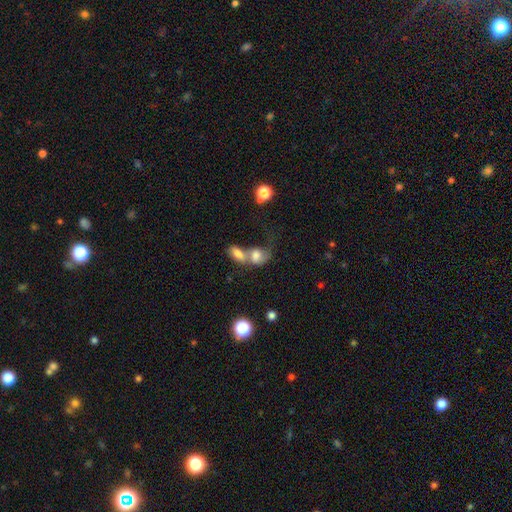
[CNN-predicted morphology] Smooth or featured? Predicted: smooth (p=0.73). How rounded? Predicted: in between (p=0.64). Merging? Predicted: merger (p=0.73).